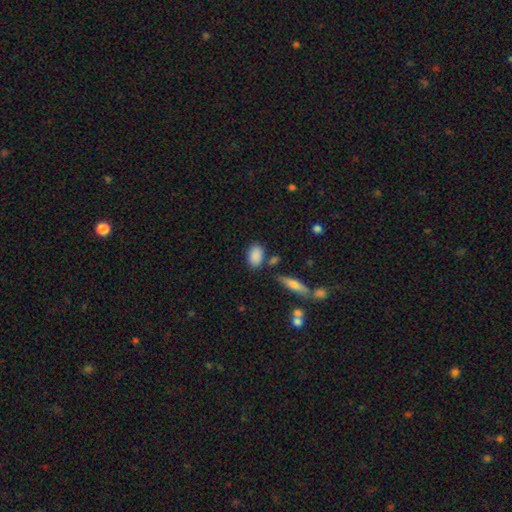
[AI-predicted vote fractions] A smooth galaxy with no disk features (87%) that is in between round and cigar-shaped (88%).

Vote fractions:
- Smooth or featured? smooth: 87% / star or artifact: 7% / featured or disk: 6%
- How rounded? in between: 88% / round: 9% / cigar-shaped: 3%
- Merging? none: 74% / minor disturbance: 14% / merger: 8% / major disturbance: 4%